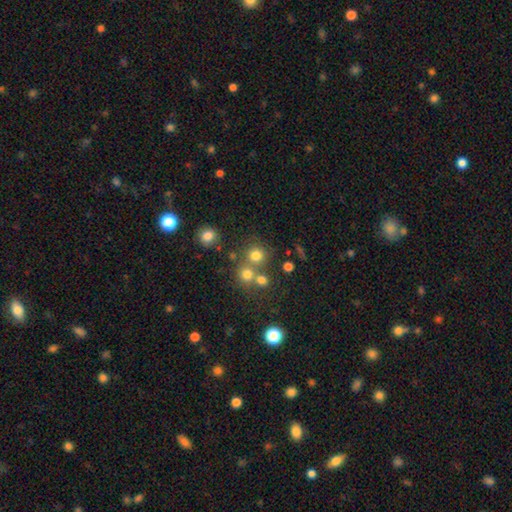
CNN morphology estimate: Smooth or featured: smooth — 74% (star or artifact — 17%)
How rounded: round — 89% (in between — 10%)
Merging: none — 63% (merger — 25%)